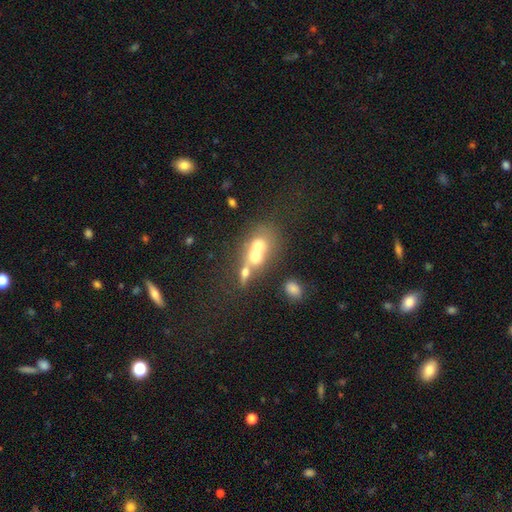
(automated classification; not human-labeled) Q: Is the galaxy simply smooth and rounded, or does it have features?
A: smooth — 47%.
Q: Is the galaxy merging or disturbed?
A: merger — 60%.